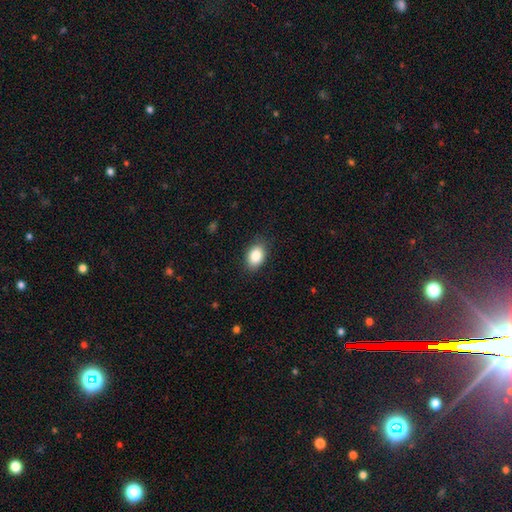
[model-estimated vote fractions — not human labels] This appears to be a smooth galaxy with no disk features (87%) that is in between round and cigar-shaped (84%). Merging: none (85%).